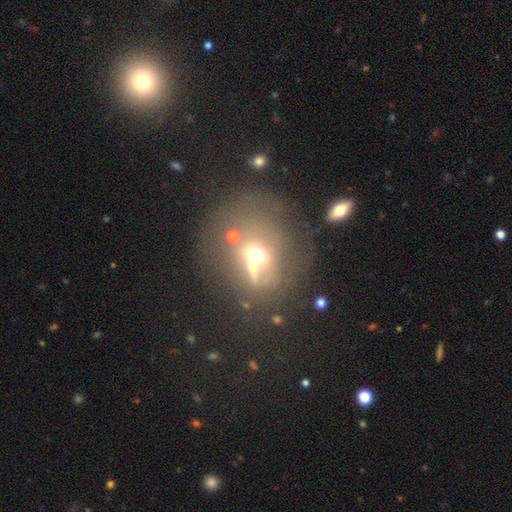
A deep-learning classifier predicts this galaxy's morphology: This appears to be a smooth galaxy with no disk features (47%). Merging: none (37%).